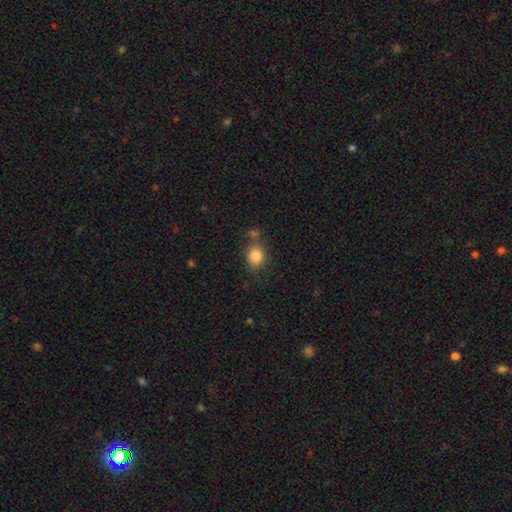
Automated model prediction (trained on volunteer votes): Smooth or featured?
  - smooth: 85% *
  - star or artifact: 10%
  - featured or disk: 6%
How rounded?
  - round: 53% *
  - in between: 46%
  - cigar-shaped: 1%
Merging?
  - none: 72% *
  - minor disturbance: 13%
  - merger: 10%
  - major disturbance: 4%